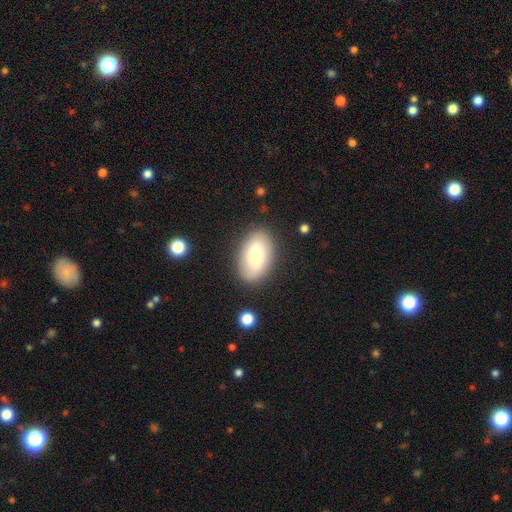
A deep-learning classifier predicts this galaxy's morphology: Q: Smooth or featured?
A: smooth (62%); runner-up: featured or disk (31%)
Q: How rounded?
A: in between (90%); runner-up: round (8%)
Q: Merging?
A: none (84%); runner-up: minor disturbance (11%)